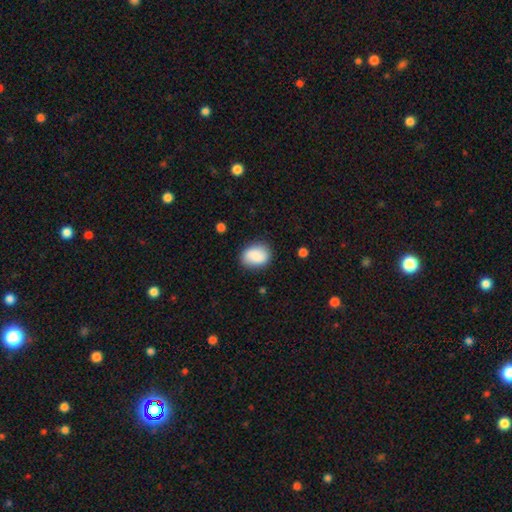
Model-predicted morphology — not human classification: smooth_or_featured: smooth (p=0.81) [alt: featured or disk p=0.11]
how_rounded: in between (p=0.59) [alt: round p=0.40]
merging: none (p=0.80) [alt: minor disturbance p=0.14]